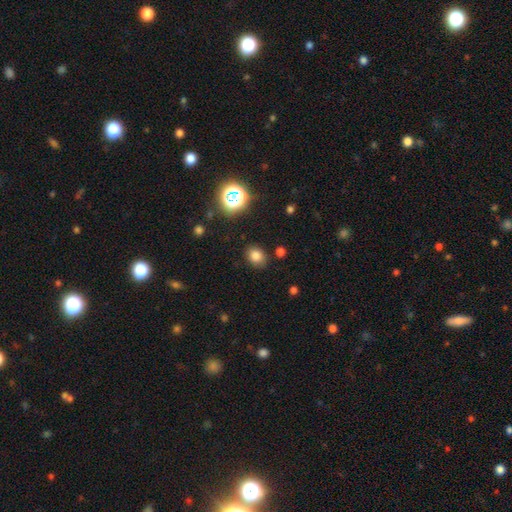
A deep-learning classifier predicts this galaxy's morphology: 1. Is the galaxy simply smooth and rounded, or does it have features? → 78% smooth, 16% star or artifact, 6% featured or disk.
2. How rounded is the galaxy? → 52% round, 47% in between, 1% cigar-shaped.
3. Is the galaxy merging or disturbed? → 84% none, 10% minor disturbance, 3% major disturbance, 2% merger.